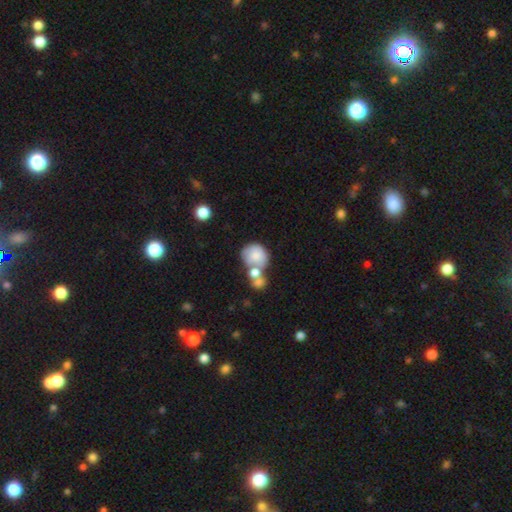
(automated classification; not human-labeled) smooth-or-featured: smooth: 68% | featured or disk: 24% | star or artifact: 8%
  how-rounded: round: 66% | in between: 33% | cigar-shaped: 1%
  merging: merger: 56% | none: 22% | minor disturbance: 13% | major disturbance: 9%